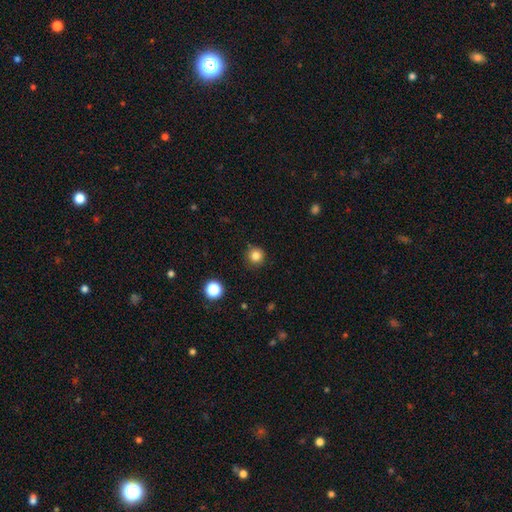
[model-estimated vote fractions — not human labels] Morphology: type=smooth (83%); roundness=round (95%); merging=none (88%).